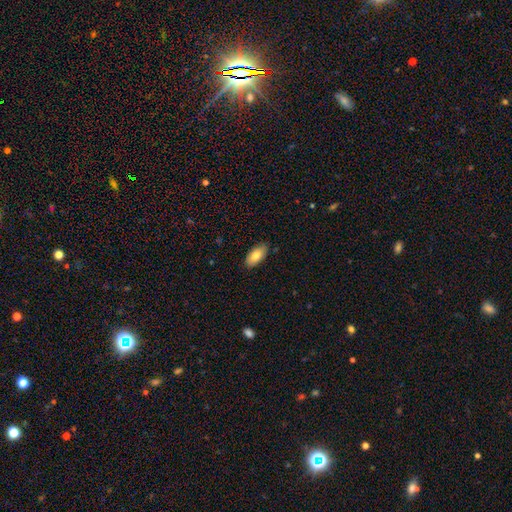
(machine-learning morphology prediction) Smooth or featured? Predicted: smooth (p=0.81). How rounded? Predicted: in between (p=0.92). Merging? Predicted: none (p=0.86).